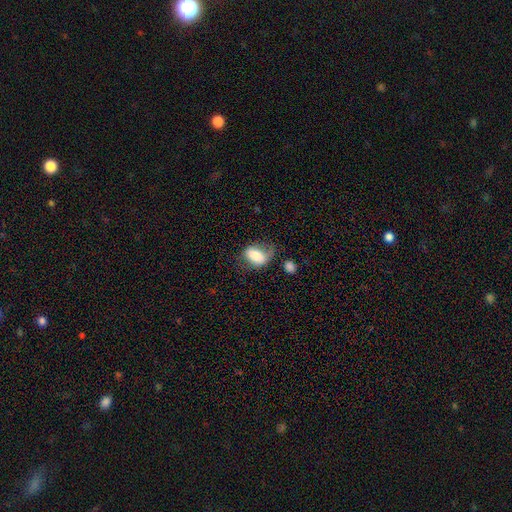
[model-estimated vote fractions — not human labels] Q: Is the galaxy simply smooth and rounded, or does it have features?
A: smooth — 77%.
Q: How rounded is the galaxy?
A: in between — 85%.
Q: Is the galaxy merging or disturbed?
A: none — 36%.